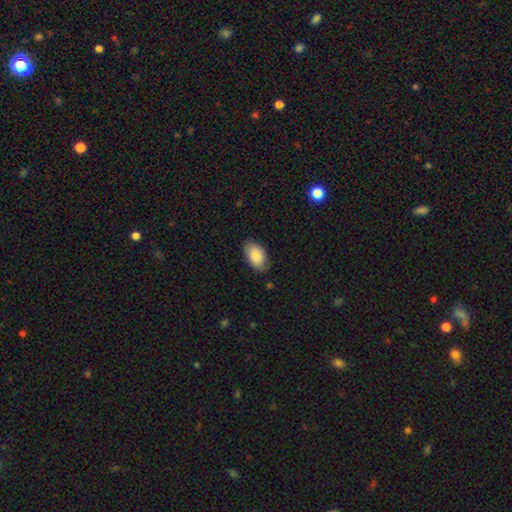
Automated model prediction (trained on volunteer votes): Smooth or featured? smooth (85%)
How rounded? in between (94%)
Merging? none (80%)